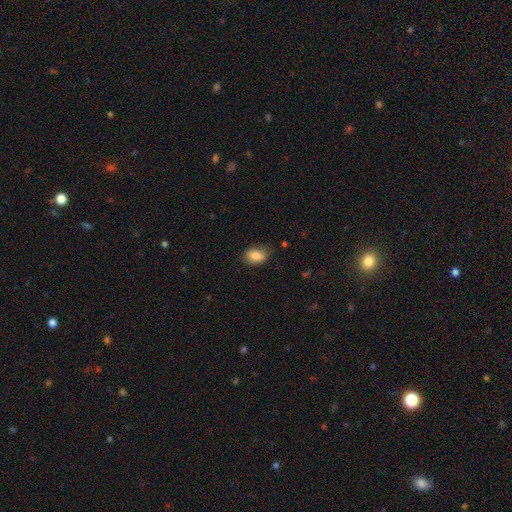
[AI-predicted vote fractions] smooth 84%, star or artifact 8%, featured or disk 8%. Down the decision tree: how rounded — in between (84%); merging — none (75%).